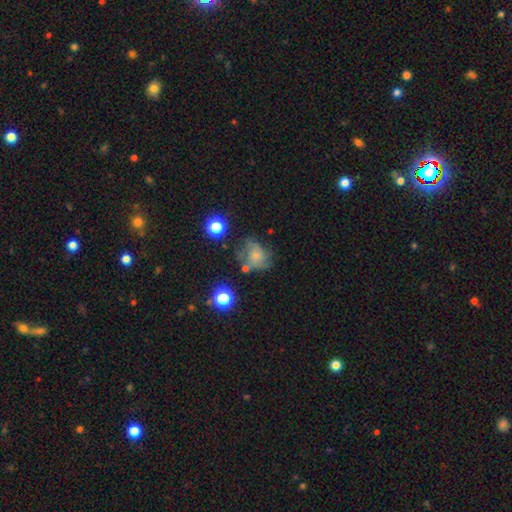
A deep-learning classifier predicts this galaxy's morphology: This appears to be a featured or disk galaxy (43%). Merging: none (40%).